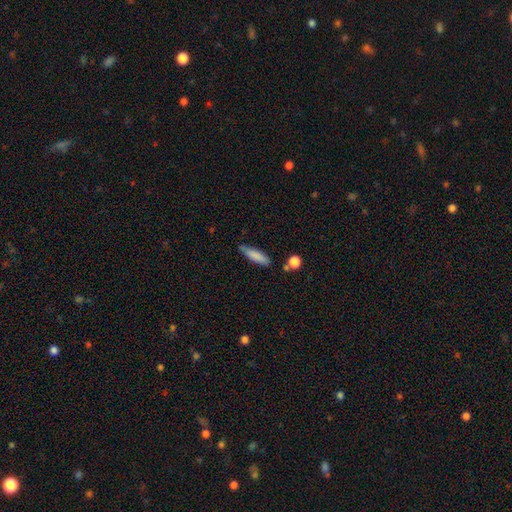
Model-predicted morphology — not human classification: smooth_or_featured: smooth (p=0.81) [alt: featured or disk p=0.12]
how_rounded: cigar-shaped (p=0.67) [alt: in between p=0.31]
merging: none (p=0.70) [alt: minor disturbance p=0.21]